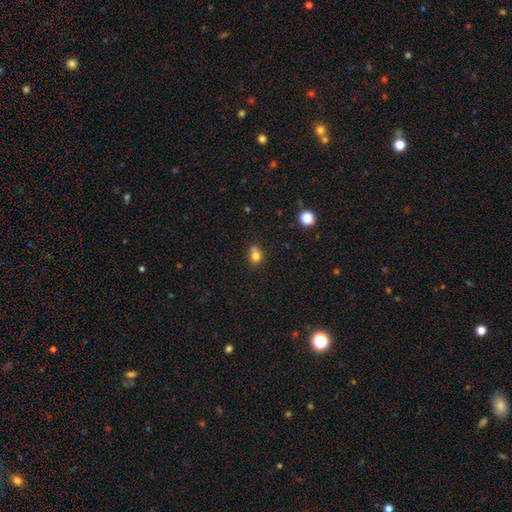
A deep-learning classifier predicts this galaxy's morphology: The model was most divided on "how rounded": round: 57%, in between: 42%, cigar-shaped: 1%. Remaining: smooth or featured — smooth (77%); merging — none (49%).